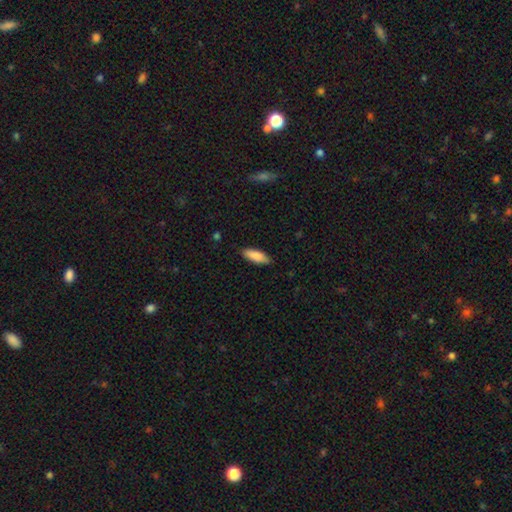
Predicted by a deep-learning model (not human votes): Smooth or featured?
  - smooth: 88% *
  - featured or disk: 6%
  - star or artifact: 6%
How rounded?
  - in between: 67% *
  - cigar-shaped: 31%
  - round: 2%
Merging?
  - none: 86% *
  - minor disturbance: 11%
  - major disturbance: 2%
  - merger: 1%